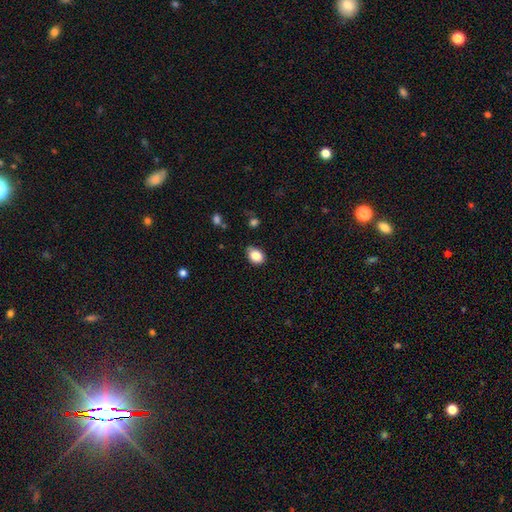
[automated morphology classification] The model was most divided on "how rounded": in between: 75%, round: 24%, cigar-shaped: 1%. More confident: smooth or featured — smooth (85%); merging — none (75%).